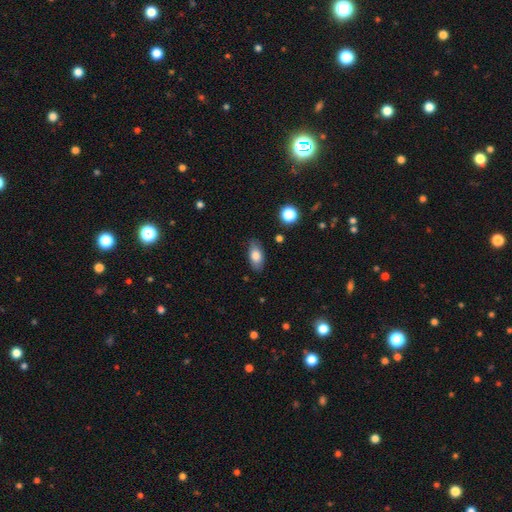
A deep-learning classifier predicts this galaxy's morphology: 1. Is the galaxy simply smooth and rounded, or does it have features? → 80% smooth, 13% featured or disk, 8% star or artifact.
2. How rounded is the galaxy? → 89% in between, 6% cigar-shaped, 5% round.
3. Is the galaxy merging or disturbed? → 83% none, 13% minor disturbance, 3% major disturbance, 1% merger.